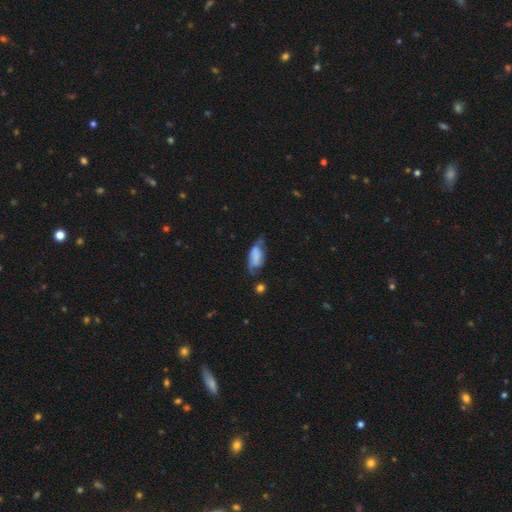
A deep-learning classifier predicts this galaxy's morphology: type=smooth (58%); roundness=in between (87%); merging=none (36%).